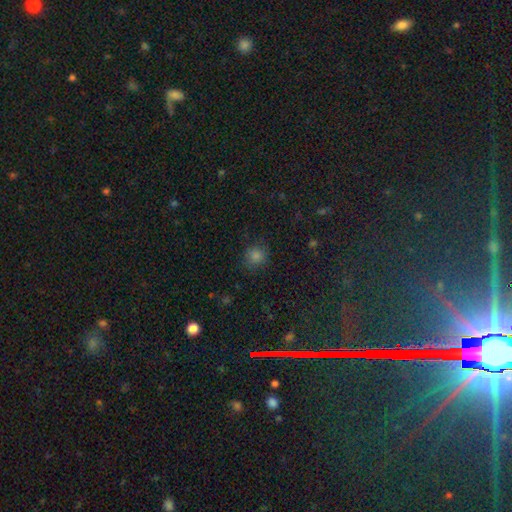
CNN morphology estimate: A smooth galaxy with no disk features (74%) that is round (90%). Merging: none (85%).